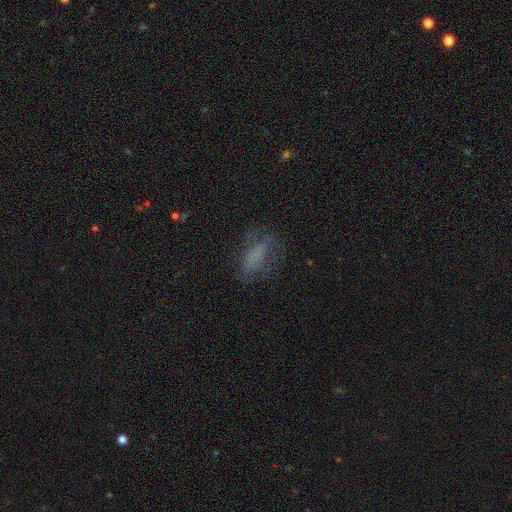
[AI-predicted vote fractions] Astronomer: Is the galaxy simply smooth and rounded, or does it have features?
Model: smooth — 59%.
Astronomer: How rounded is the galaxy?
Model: in between — 70%.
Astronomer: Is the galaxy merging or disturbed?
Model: none — 58%.